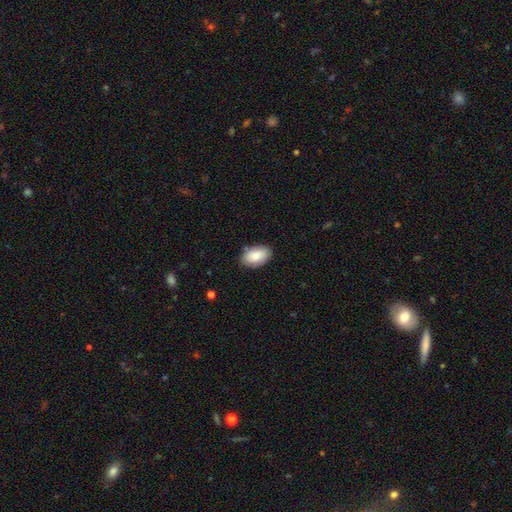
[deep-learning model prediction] Morphology: type=smooth (84%); roundness=in between (93%); merging=none (82%).